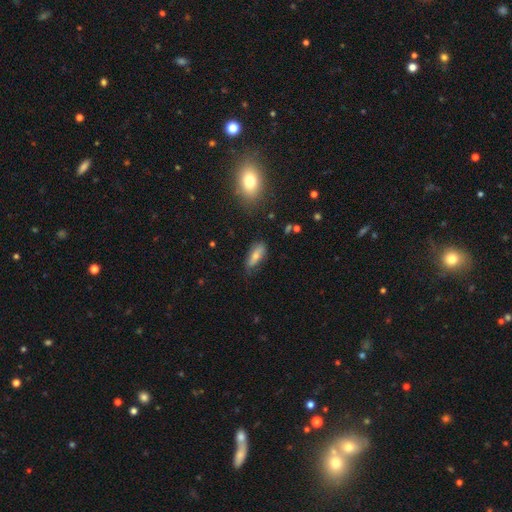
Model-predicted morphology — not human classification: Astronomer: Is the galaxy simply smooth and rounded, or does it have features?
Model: smooth — 65%.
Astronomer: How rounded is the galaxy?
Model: in between — 61% (runner-up: cigar-shaped, 36%).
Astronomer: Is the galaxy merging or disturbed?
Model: none — 72%.